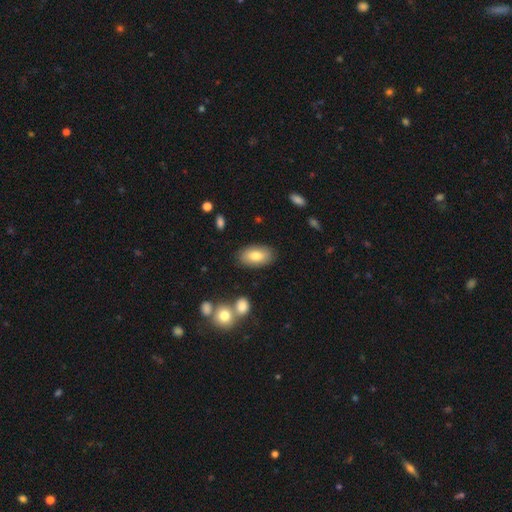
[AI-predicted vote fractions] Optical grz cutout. It shows a smooth galaxy with no disk features (78%) that is in between round and cigar-shaped (93%). Merging: none (84%).